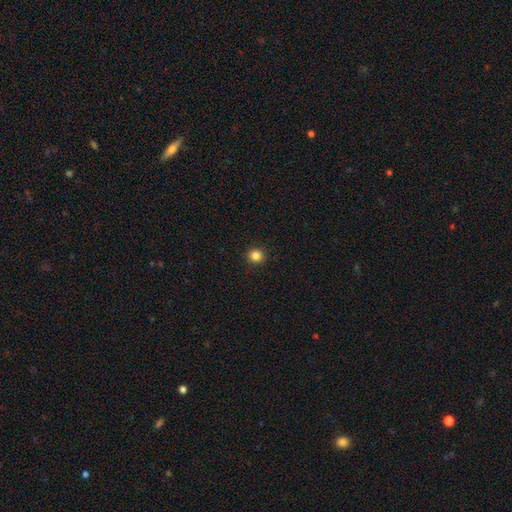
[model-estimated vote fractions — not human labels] smooth_or_featured: smooth (p=0.84) [alt: star or artifact p=0.12]
how_rounded: round (p=0.93) [alt: in between p=0.06]
merging: none (p=0.92) [alt: minor disturbance p=0.05]